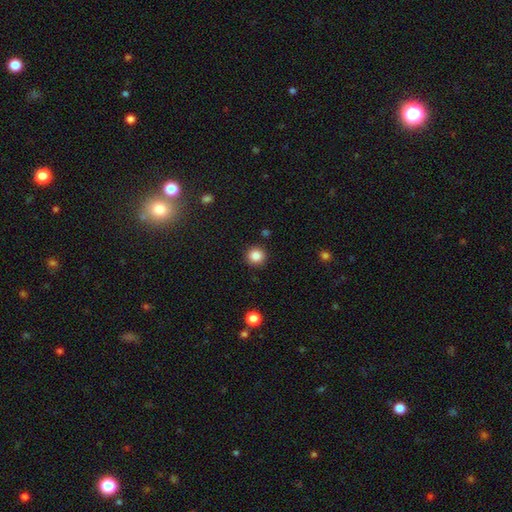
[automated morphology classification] Q: Smooth or featured?
A: smooth (86%); runner-up: star or artifact (11%)
Q: How rounded?
A: round (94%); runner-up: in between (5%)
Q: Merging?
A: none (91%); runner-up: minor disturbance (5%)